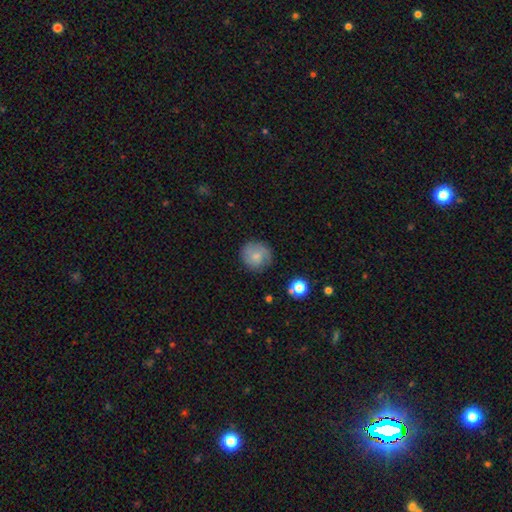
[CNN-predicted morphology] type=smooth (68%); roundness=round (90%); merging=none (78%).